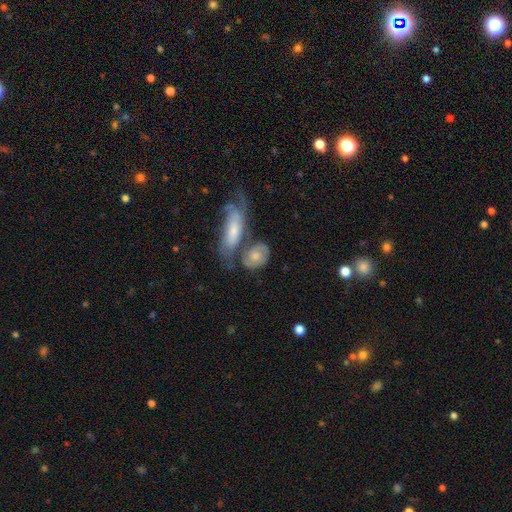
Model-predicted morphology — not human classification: This is possibly a featured or disk galaxy (50%). Merging: marginally merger (37%, tied with none).